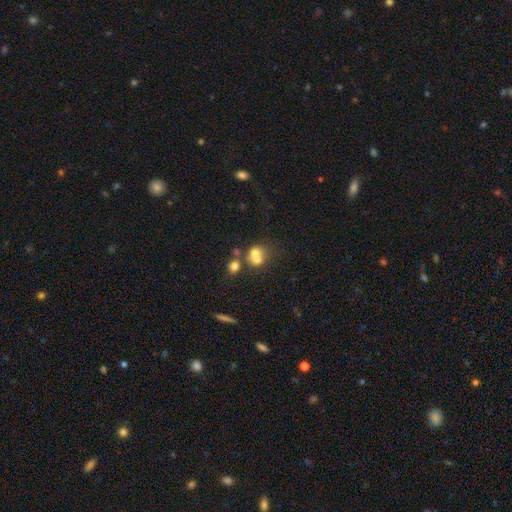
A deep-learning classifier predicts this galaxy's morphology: smooth-or-featured: smooth: 63% | featured or disk: 23% | star or artifact: 14%
  how-rounded: round: 68% | in between: 30% | cigar-shaped: 1%
  merging: merger: 59% | none: 28% | minor disturbance: 8% | major disturbance: 5%